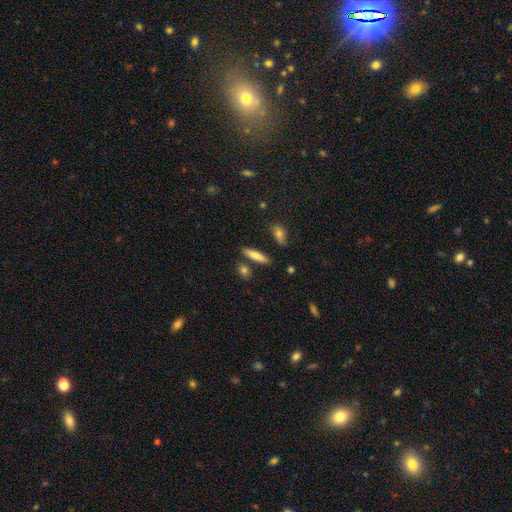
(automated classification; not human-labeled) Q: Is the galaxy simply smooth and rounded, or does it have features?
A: smooth — 77%.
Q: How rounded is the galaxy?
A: cigar-shaped — 74%.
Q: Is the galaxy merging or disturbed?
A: none — 81%.